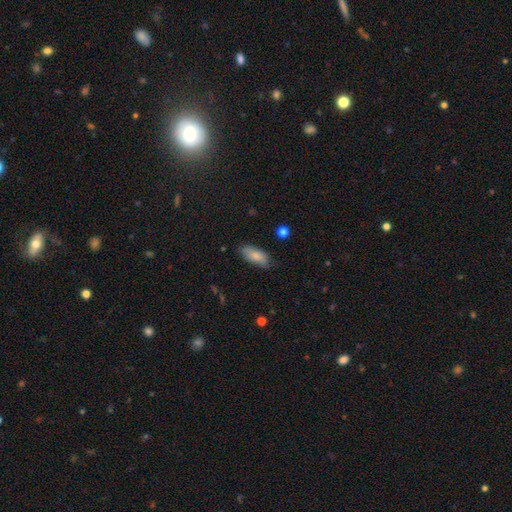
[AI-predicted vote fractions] Overall: smooth (81%). How rounded: in between (86%). Merging: none (70%).